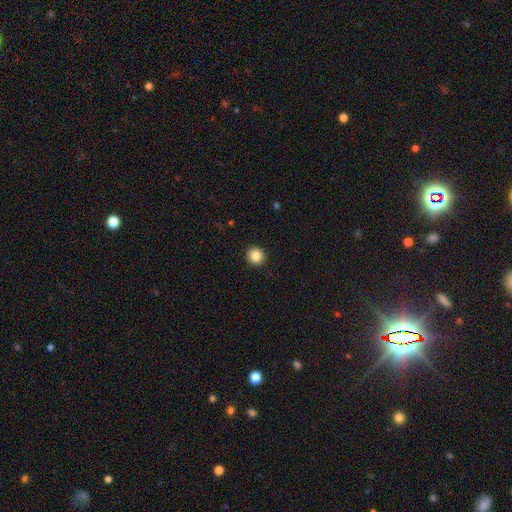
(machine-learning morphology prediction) The model was most divided on "smooth or featured": smooth: 86%, star or artifact: 10%, featured or disk: 5%. More confident: how rounded — round (94%); merging — none (93%).